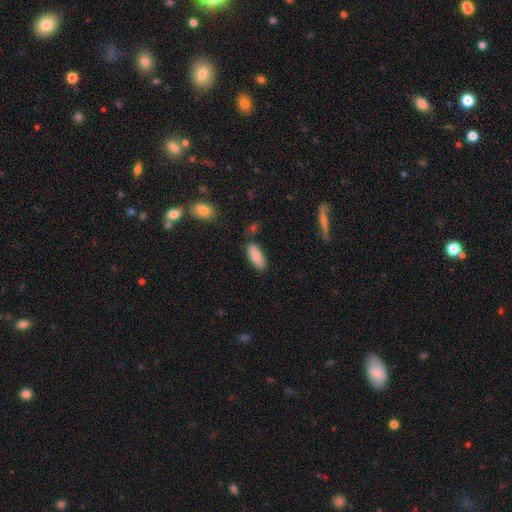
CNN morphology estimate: Smooth or featured: smooth — 87% (featured or disk — 7%)
How rounded: in between — 79% (cigar-shaped — 19%)
Merging: none — 81% (minor disturbance — 13%)